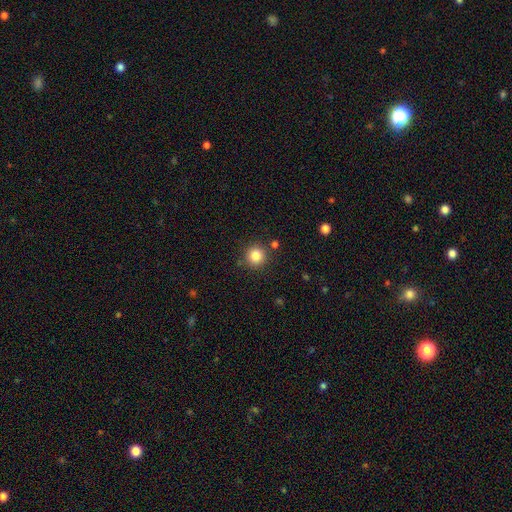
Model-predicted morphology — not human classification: A smooth galaxy with no disk features (83%) that is round (94%). Merging: none (87%).